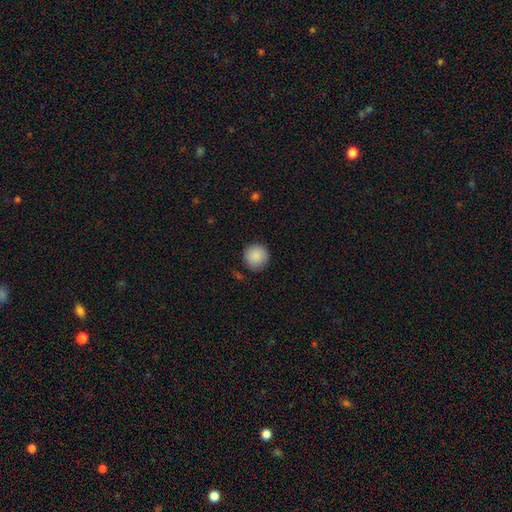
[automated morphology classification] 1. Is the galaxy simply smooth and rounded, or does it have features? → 89% smooth, 7% star or artifact, 4% featured or disk.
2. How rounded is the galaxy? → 95% round, 4% in between, 1% cigar-shaped.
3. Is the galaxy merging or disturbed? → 88% none, 8% minor disturbance, 2% major disturbance, 1% merger.